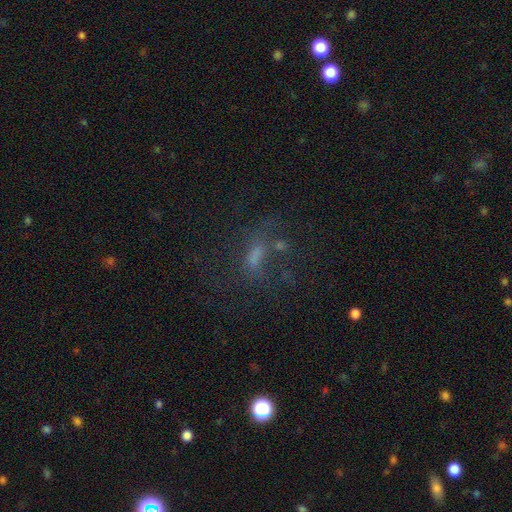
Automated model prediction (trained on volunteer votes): smooth-or-featured: smooth: 39% | featured or disk: 33% | star or artifact: 28%
  merging: none: 46% | major disturbance: 27% | minor disturbance: 17% | merger: 9%